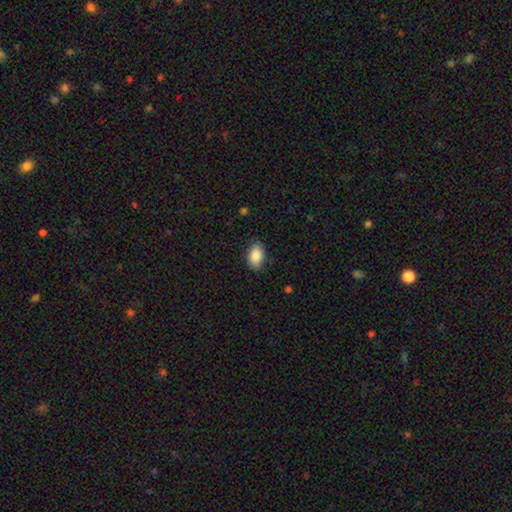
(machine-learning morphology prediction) Smooth or featured? Predicted: smooth (p=0.89). How rounded? Predicted: in between (p=0.90). Merging? Predicted: none (p=0.85).